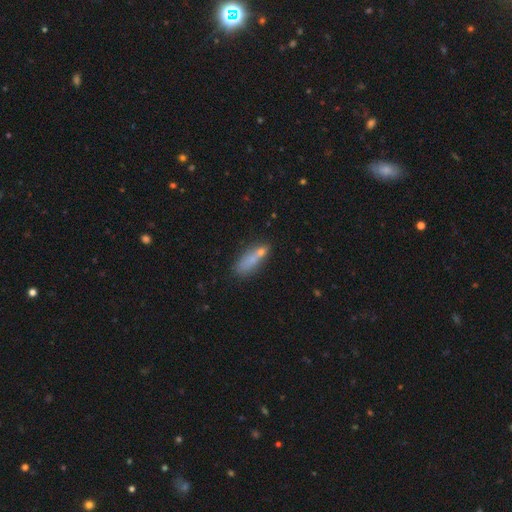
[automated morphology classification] A smooth galaxy with no disk features (70%) that is cigar-shaped (55%). Merging: none (57%).